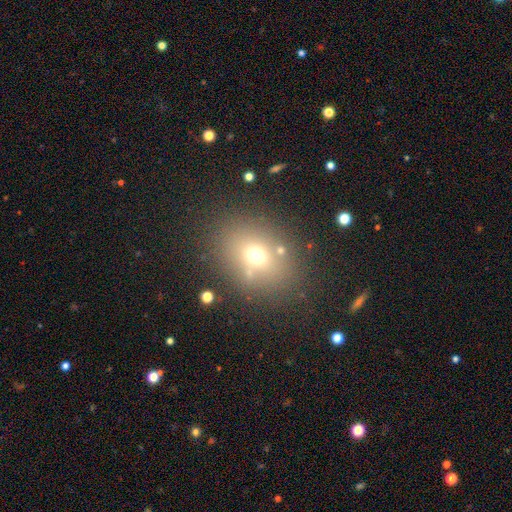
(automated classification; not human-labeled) This appears to be a smooth galaxy with no disk features (65%) that is round (51%). Merging: none (77%).